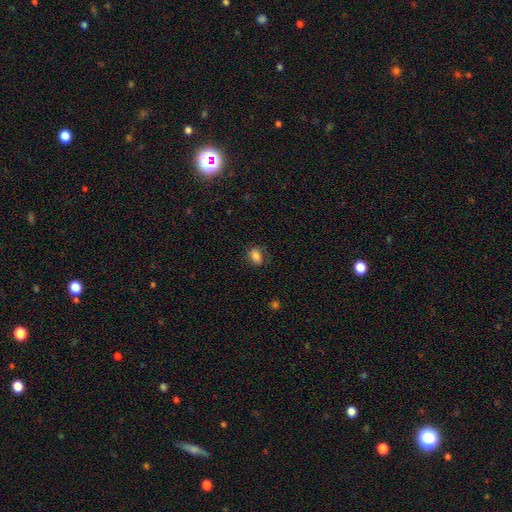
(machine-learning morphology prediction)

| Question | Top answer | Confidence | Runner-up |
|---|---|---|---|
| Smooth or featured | smooth | 83% | star or artifact (10%) |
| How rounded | in between | 77% | round (21%) |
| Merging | none | 74% | minor disturbance (19%) |